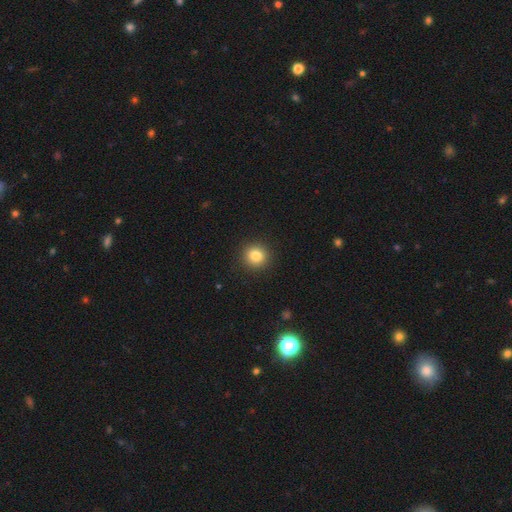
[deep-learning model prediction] smooth 83%, star or artifact 11%, featured or disk 6%. Down the decision tree: how rounded — round (91%); merging — none (92%).